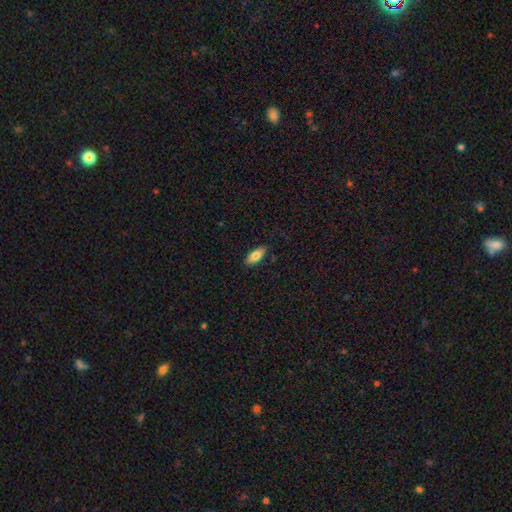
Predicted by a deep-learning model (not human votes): Smooth or featured: smooth — 79% (featured or disk — 14%)
How rounded: in between — 83% (cigar-shaped — 15%)
Merging: none — 88% (minor disturbance — 10%)